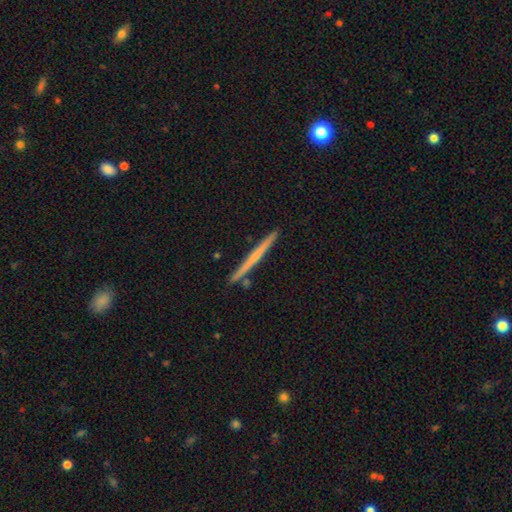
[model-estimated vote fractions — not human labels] The model was most divided on "smooth or featured": featured or disk: 59%, smooth: 36%, star or artifact: 5%. More confident: edge-on disk — yes (98%); merging — none (89%); edge-on bulge — none (62%).